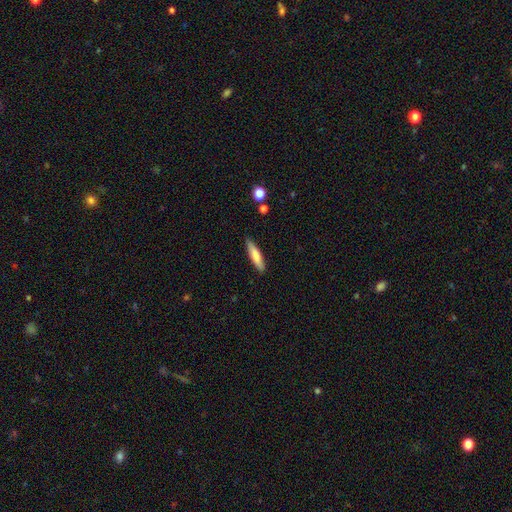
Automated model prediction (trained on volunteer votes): Smooth or featured? Predicted: smooth (p=0.75). How rounded? Predicted: cigar-shaped (p=0.79). Merging? Predicted: none (p=0.87).